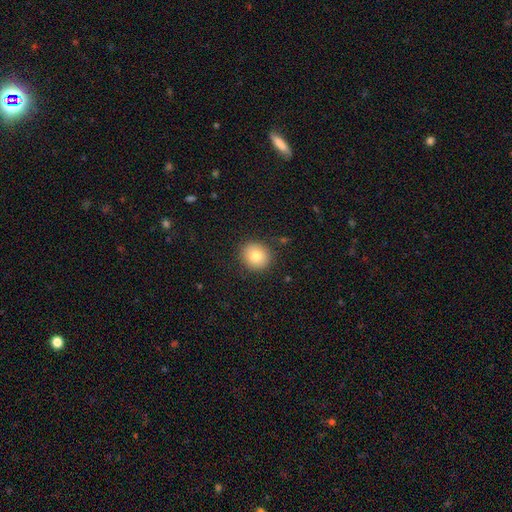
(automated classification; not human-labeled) Overall: smooth (79%). How rounded: round (87%). Merging: none (89%).